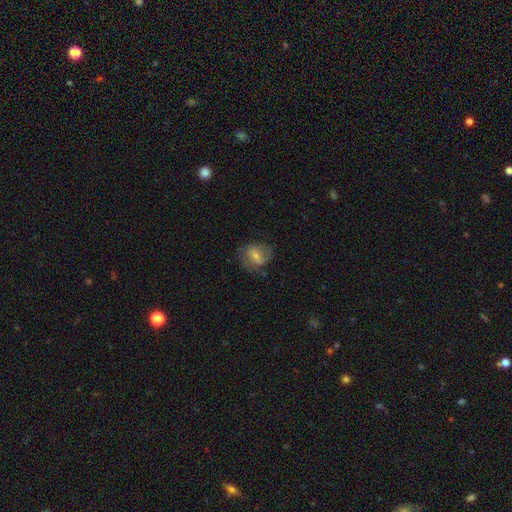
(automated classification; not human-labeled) smooth_or_featured: featured or disk (p=0.47) [alt: smooth p=0.44]
merging: none (p=0.60) [alt: minor disturbance p=0.24]